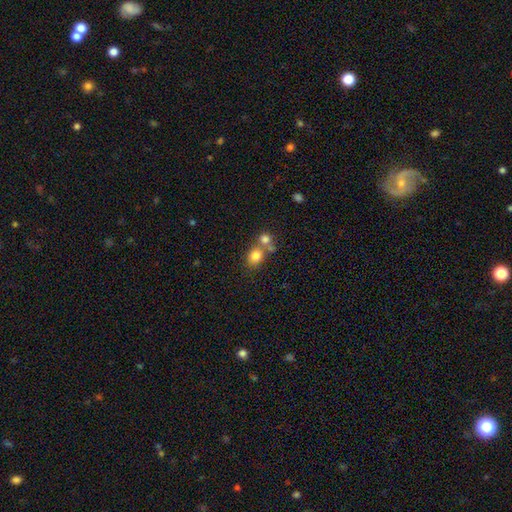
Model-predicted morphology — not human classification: Smooth or featured? Predicted: smooth (p=0.79). How rounded? Predicted: round (p=0.66). Merging? Predicted: none (p=0.45).